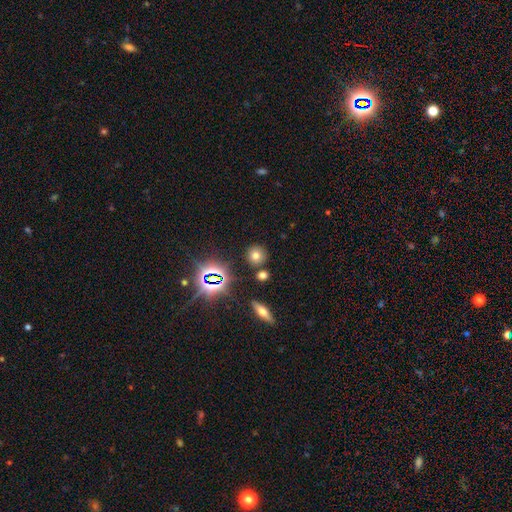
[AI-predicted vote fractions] smooth_or_featured: smooth (p=0.64) [alt: star or artifact p=0.25]
how_rounded: round (p=0.90) [alt: in between p=0.09]
merging: none (p=0.84) [alt: minor disturbance p=0.08]